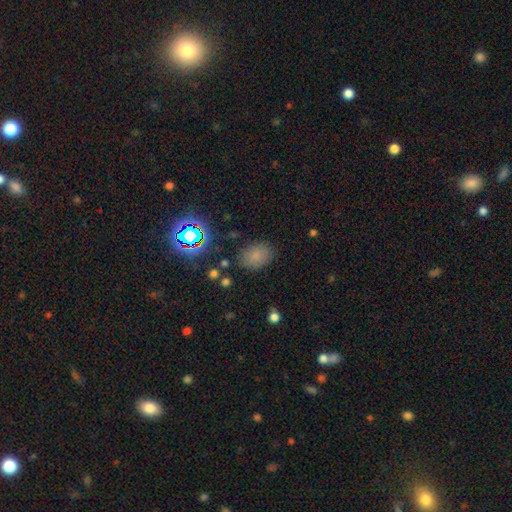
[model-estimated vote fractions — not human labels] smooth-or-featured: smooth: 73% | star or artifact: 18% | featured or disk: 9%
  how-rounded: in between: 75% | round: 24% | cigar-shaped: 1%
  merging: none: 80% | minor disturbance: 13% | major disturbance: 4% | merger: 2%